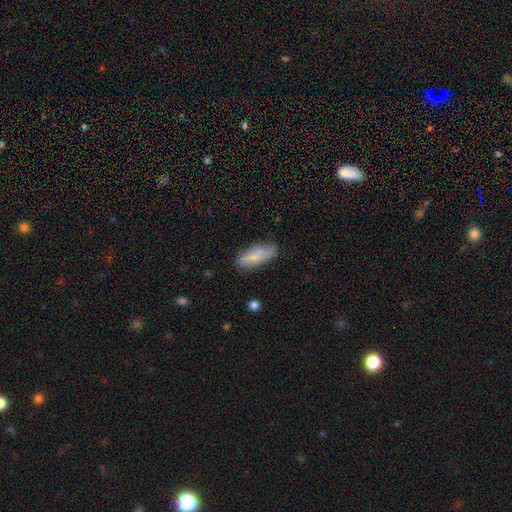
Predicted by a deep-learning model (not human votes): Smooth or featured?
  - smooth: 75% *
  - featured or disk: 19%
  - star or artifact: 6%
How rounded?
  - in between: 67% *
  - cigar-shaped: 31%
  - round: 2%
Merging?
  - none: 73% *
  - minor disturbance: 21%
  - major disturbance: 4%
  - merger: 3%